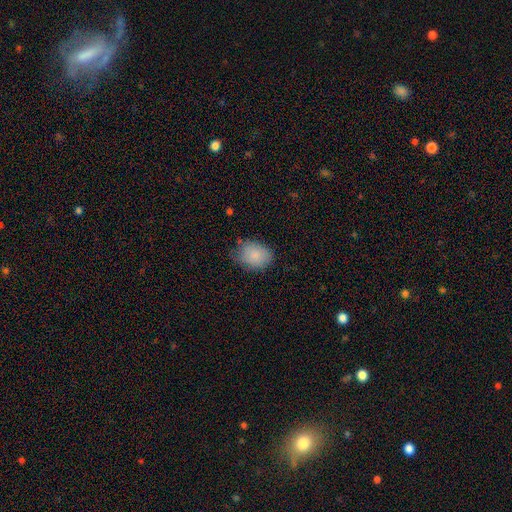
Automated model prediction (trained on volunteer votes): A smooth galaxy with no disk features (85%) that is in between round and cigar-shaped (68%).

Vote fractions:
- Smooth or featured? smooth: 85% / featured or disk: 8% / star or artifact: 7%
- How rounded? in between: 68% / round: 31% / cigar-shaped: 1%
- Merging? none: 64% / minor disturbance: 28% / major disturbance: 6% / merger: 2%